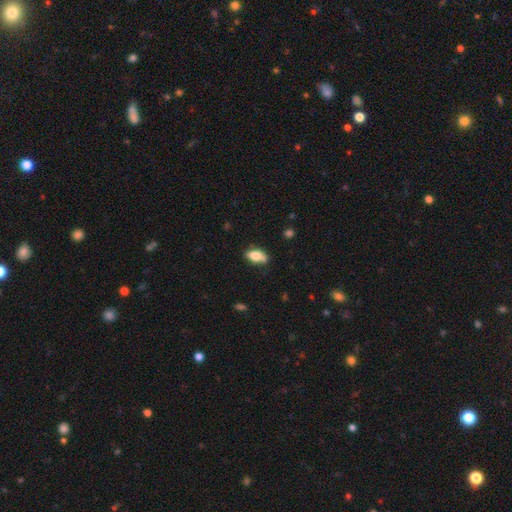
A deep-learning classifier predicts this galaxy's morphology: A smooth galaxy with no disk features (72%) that is in between round and cigar-shaped (86%).

Vote fractions:
- Smooth or featured? smooth: 72% / featured or disk: 21% / star or artifact: 7%
- How rounded? in between: 86% / cigar-shaped: 8% / round: 5%
- Merging? none: 65% / minor disturbance: 25% / major disturbance: 6% / merger: 4%